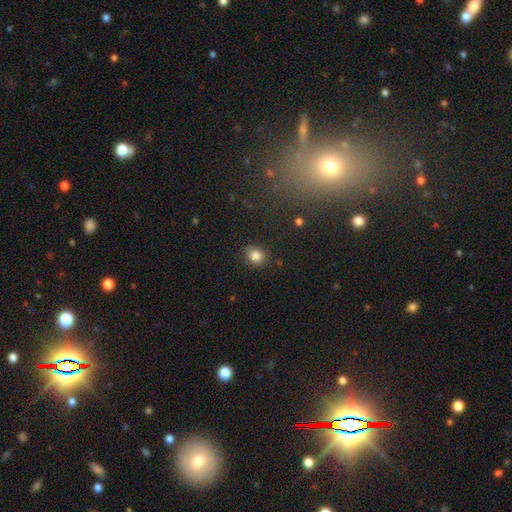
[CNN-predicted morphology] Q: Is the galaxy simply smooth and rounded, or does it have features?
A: smooth — 83%.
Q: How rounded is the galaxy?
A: round — 74%.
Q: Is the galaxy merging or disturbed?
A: none — 86%.